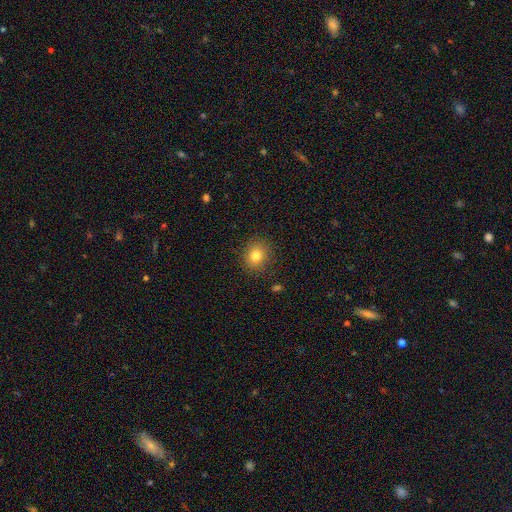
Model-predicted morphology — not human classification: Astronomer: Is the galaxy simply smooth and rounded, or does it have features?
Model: smooth — 81%.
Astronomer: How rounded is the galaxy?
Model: round — 77%.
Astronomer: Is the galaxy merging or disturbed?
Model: none — 87%.